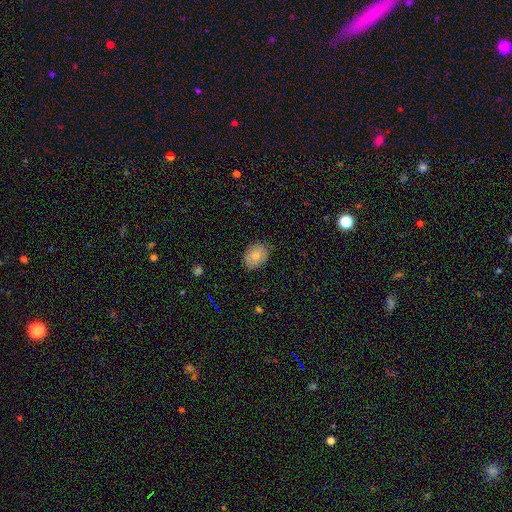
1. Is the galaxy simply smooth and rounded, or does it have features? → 80% smooth, 15% featured or disk, 5% star or artifact.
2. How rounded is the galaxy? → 72% in between, 25% round, 3% cigar-shaped.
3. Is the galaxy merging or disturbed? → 82% none, 13% minor disturbance, 5% major disturbance, 0% merger.